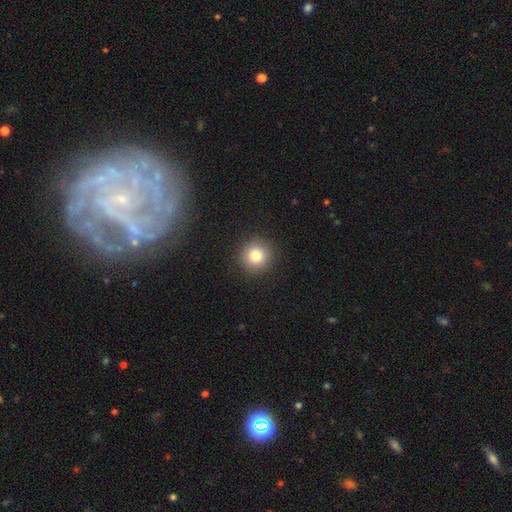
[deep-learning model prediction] Q: Smooth or featured?
A: smooth (80%); runner-up: star or artifact (12%)
Q: How rounded?
A: round (94%); runner-up: in between (5%)
Q: Merging?
A: none (92%); runner-up: minor disturbance (5%)